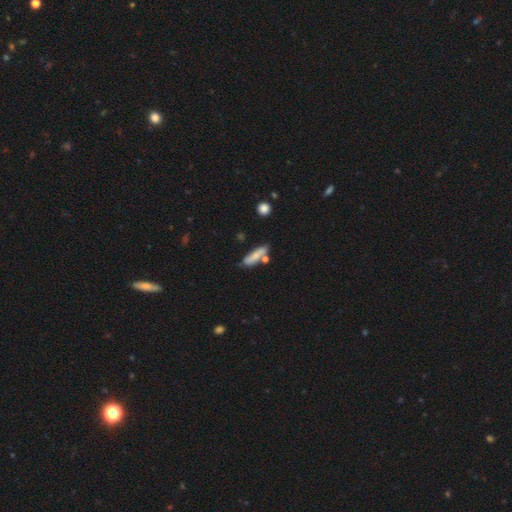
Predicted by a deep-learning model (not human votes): smooth_or_featured: smooth (p=0.67) [alt: featured or disk p=0.26]
how_rounded: cigar-shaped (p=0.61) [alt: in between p=0.36]
merging: none (p=0.62) [alt: minor disturbance p=0.18]